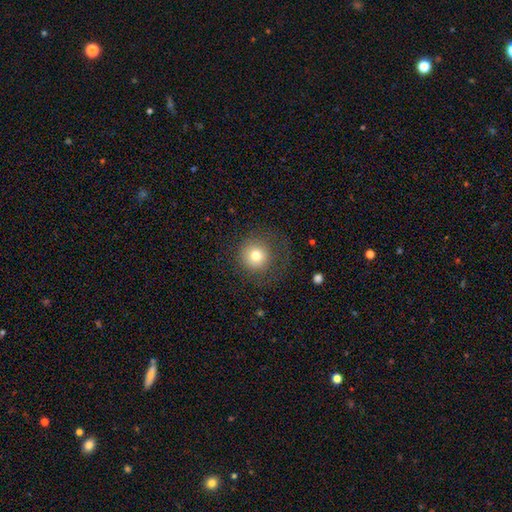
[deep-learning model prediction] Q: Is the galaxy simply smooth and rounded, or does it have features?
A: smooth — 75%.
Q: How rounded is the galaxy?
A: round — 94%.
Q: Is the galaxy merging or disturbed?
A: none — 75%.